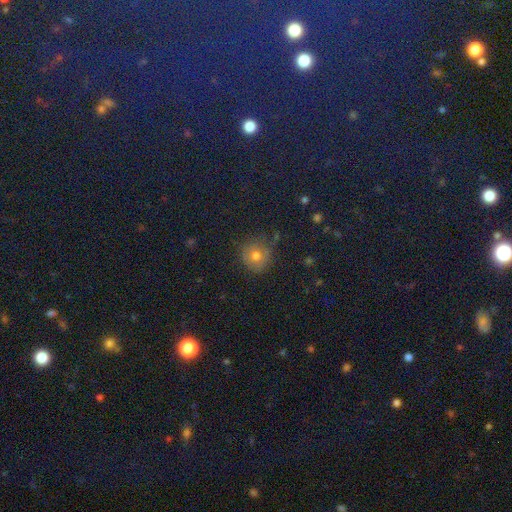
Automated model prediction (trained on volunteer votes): Smooth or featured: smooth — 72% (star or artifact — 17%)
How rounded: round — 90% (in between — 9%)
Merging: none — 77% (minor disturbance — 16%)